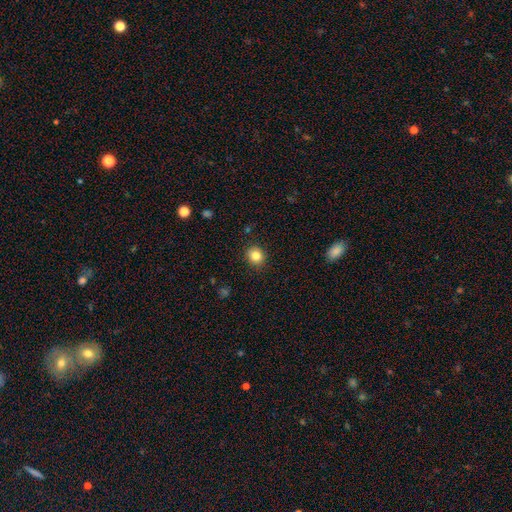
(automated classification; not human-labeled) This is clearly a smooth galaxy (83%). How rounded: likely round (76%). Merging: clearly none (89%).